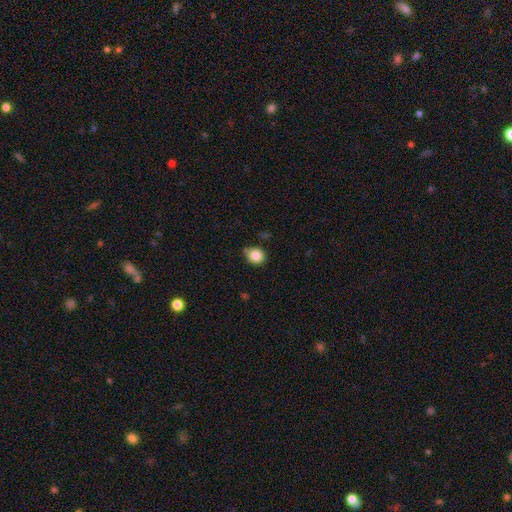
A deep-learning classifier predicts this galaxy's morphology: Q: Smooth or featured?
A: smooth (85%); runner-up: star or artifact (10%)
Q: How rounded?
A: round (84%); runner-up: in between (15%)
Q: Merging?
A: none (75%); runner-up: minor disturbance (18%)